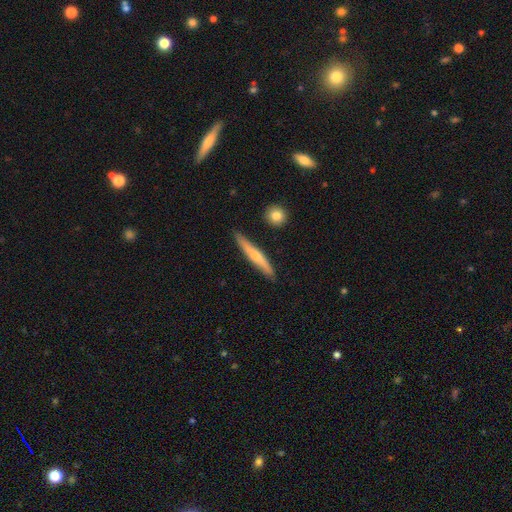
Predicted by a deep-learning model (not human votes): This appears to be a smooth galaxy with no disk features (53%) that is cigar-shaped (93%). Merging: none (85%).